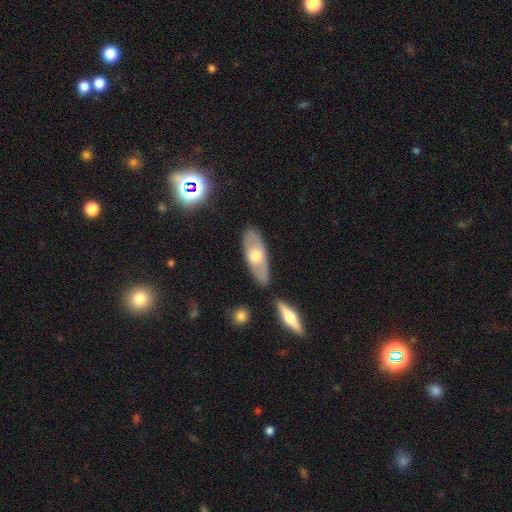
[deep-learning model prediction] smooth-or-featured: smooth: 50% | featured or disk: 45% | star or artifact: 6%
  merging: none: 76% | minor disturbance: 14% | merger: 7% | major disturbance: 3%